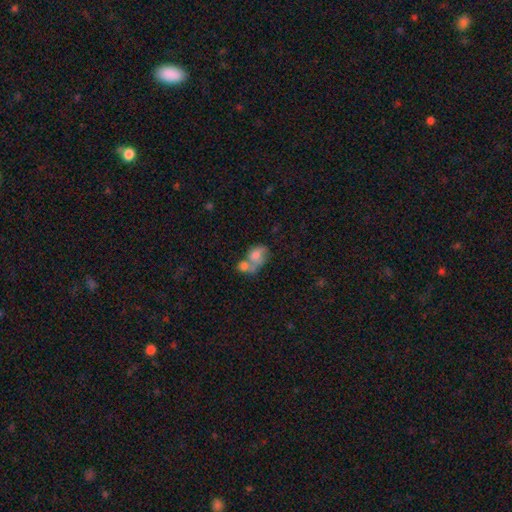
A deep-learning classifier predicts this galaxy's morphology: A smooth galaxy with no disk features (60%) that is in between round and cigar-shaped (62%). Merging: merger (63%).